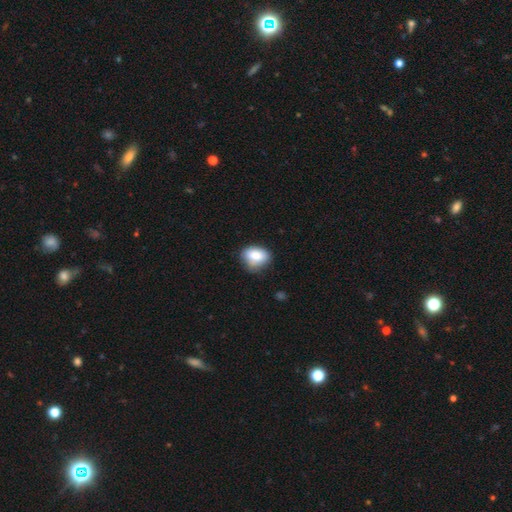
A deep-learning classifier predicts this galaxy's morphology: type=smooth (84%); roundness=in between (68%); merging=none (64%).